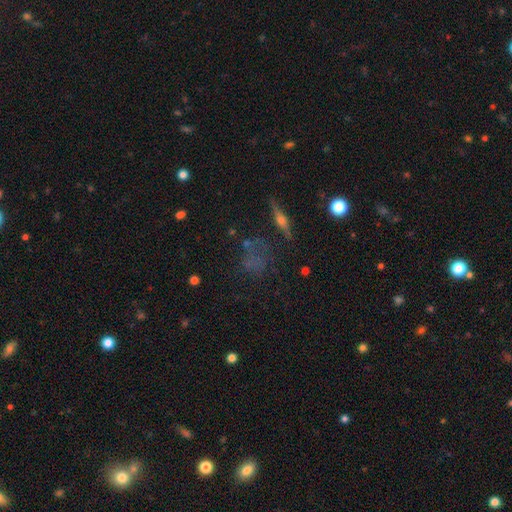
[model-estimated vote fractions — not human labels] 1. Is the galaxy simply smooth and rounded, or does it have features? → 35% smooth, 33% star or artifact, 32% featured or disk.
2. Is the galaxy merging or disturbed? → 56% none, 18% major disturbance, 18% minor disturbance, 8% merger.